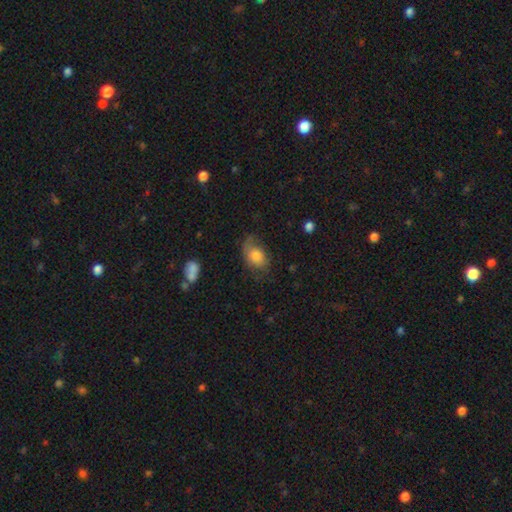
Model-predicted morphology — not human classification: Q: Smooth or featured?
A: smooth (69%); runner-up: featured or disk (23%)
Q: How rounded?
A: in between (81%); runner-up: round (17%)
Q: Merging?
A: none (51%); runner-up: minor disturbance (29%)